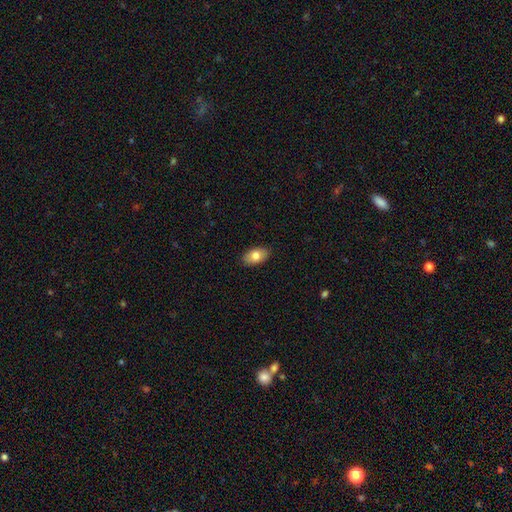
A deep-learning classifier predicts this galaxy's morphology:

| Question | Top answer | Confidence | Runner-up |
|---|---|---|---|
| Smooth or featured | smooth | 80% | featured or disk (13%) |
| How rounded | in between | 92% | round (6%) |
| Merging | none | 89% | minor disturbance (9%) |